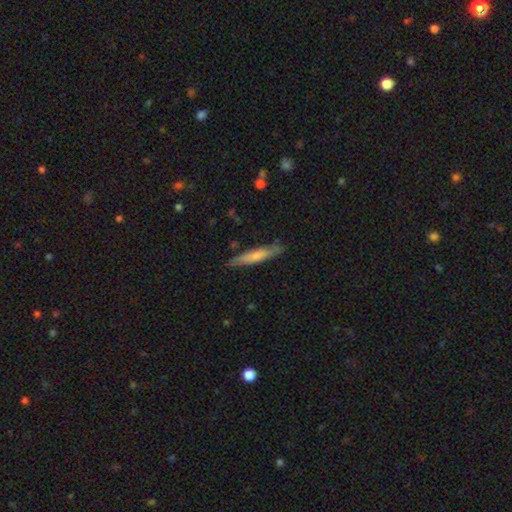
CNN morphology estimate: smooth 62%, featured or disk 33%, star or artifact 6%. Down the decision tree: how rounded — cigar-shaped (88%); merging — none (81%).